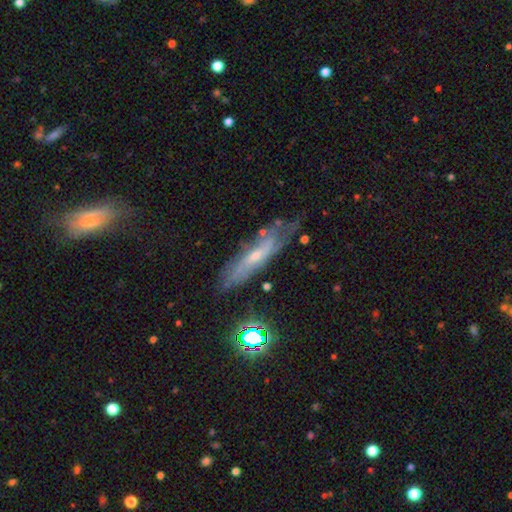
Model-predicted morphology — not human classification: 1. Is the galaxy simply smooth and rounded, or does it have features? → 63% featured or disk, 26% smooth, 11% star or artifact.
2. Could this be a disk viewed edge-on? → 51% no, 49% yes.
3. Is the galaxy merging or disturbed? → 67% none, 22% minor disturbance, 8% major disturbance, 3% merger.